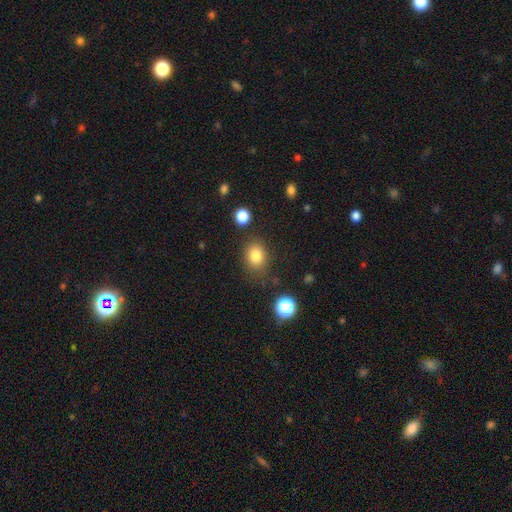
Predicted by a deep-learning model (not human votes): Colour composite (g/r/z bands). It shows a smooth galaxy with no disk features (82%) that is round (54%). Merging: none (79%).